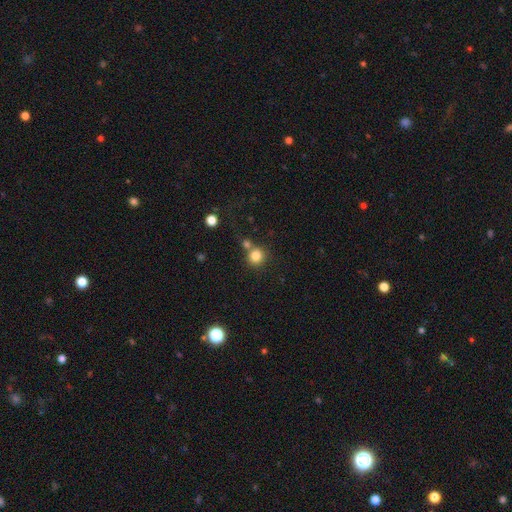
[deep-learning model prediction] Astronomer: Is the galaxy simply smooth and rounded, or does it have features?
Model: smooth — 82%.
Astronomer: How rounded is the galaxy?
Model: round — 91%.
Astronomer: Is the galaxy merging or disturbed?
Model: none — 65%.